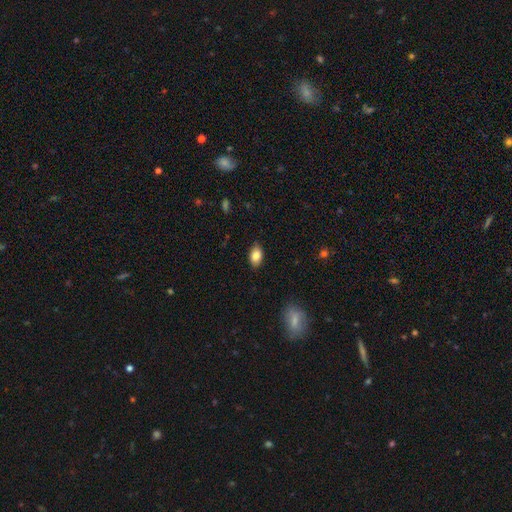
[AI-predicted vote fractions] Smooth or featured? smooth (84%)
How rounded? in between (89%)
Merging? none (85%)